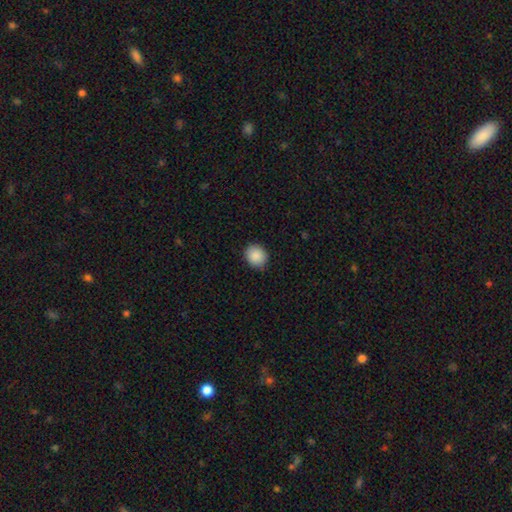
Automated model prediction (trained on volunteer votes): smooth 90%, star or artifact 8%, featured or disk 3%. Down the decision tree: how rounded — round (72%); merging — none (88%).